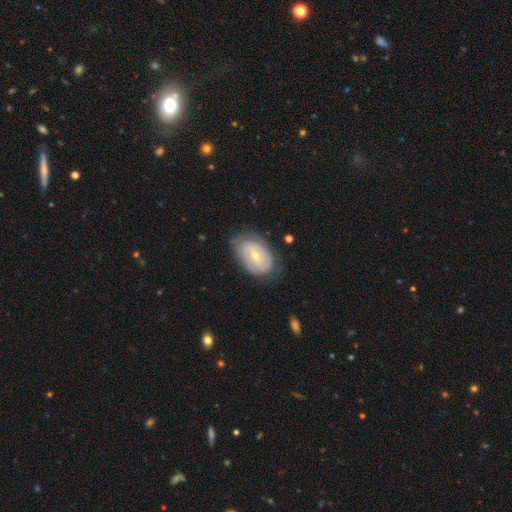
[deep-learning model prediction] featured or disk 64%, smooth 30%, star or artifact 6%. Down the decision tree: edge-on disk — no (95%); bar — no (50%); spiral arms — yes (67%); bulge size — small (52%); merging — none (70%).